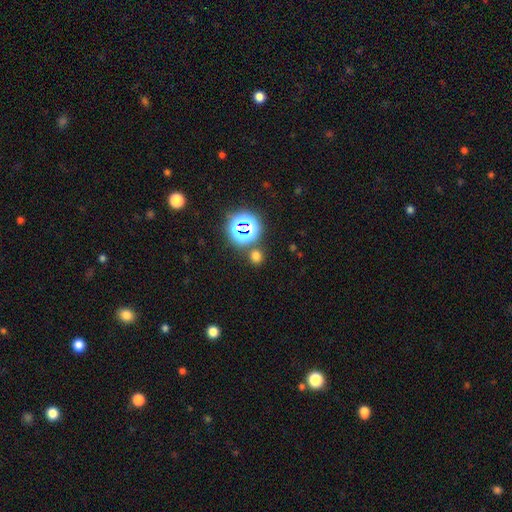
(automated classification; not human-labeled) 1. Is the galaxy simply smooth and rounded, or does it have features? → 61% smooth, 33% star or artifact, 6% featured or disk.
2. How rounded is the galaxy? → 81% round, 17% in between, 1% cigar-shaped.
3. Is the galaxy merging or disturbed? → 79% none, 9% merger, 8% minor disturbance, 4% major disturbance.